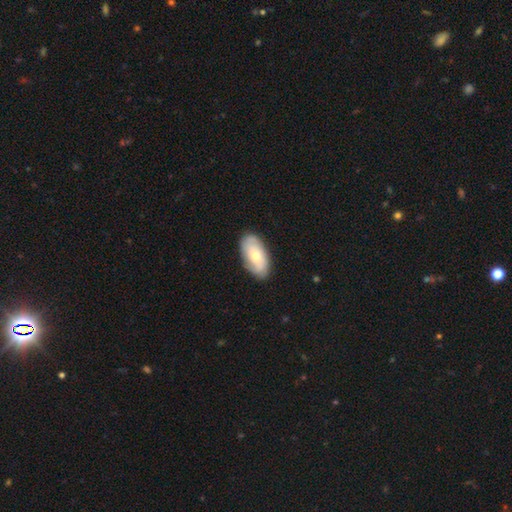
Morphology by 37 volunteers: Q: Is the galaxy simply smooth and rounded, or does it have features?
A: smooth — 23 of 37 (62%).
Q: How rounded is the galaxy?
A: in between — 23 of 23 (100%).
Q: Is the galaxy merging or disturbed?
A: none — 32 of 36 (89%).